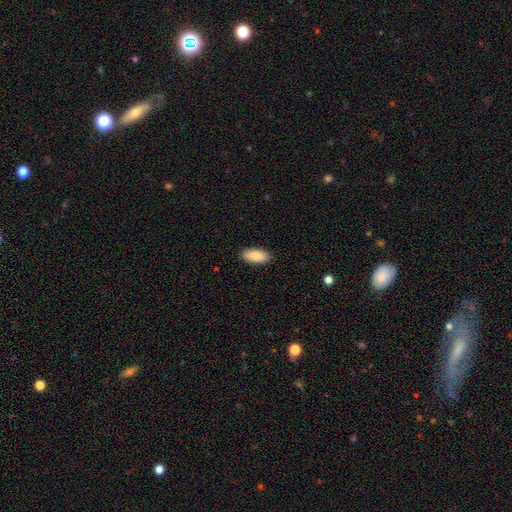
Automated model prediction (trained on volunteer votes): A smooth galaxy with no disk features (89%) that is in between round and cigar-shaped (91%). Merging: none (90%).